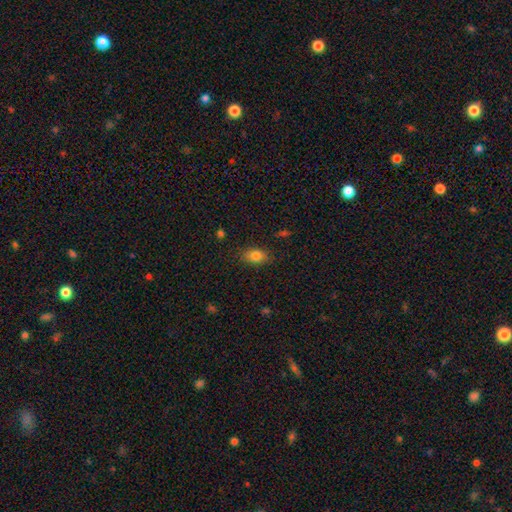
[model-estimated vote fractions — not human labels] smooth_or_featured: smooth (p=0.82) [alt: star or artifact p=0.10]
how_rounded: in between (p=0.82) [alt: round p=0.15]
merging: none (p=0.84) [alt: minor disturbance p=0.12]